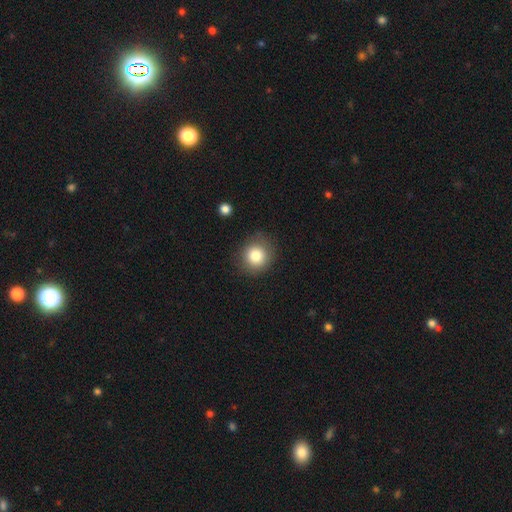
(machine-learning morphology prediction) Smooth or featured? Predicted: smooth (p=0.82). How rounded? Predicted: round (p=0.85). Merging? Predicted: none (p=0.83).